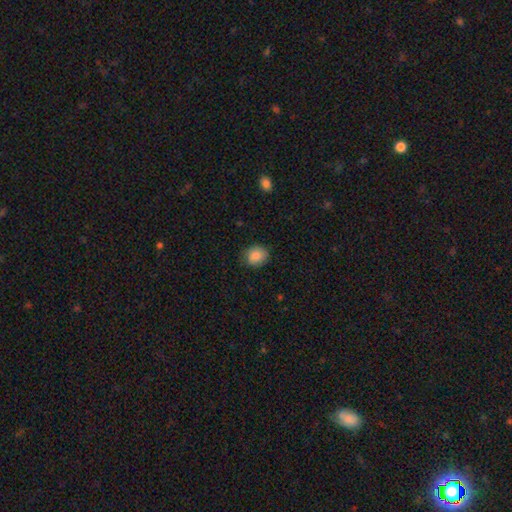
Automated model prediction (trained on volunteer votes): smooth-or-featured: smooth: 87% | star or artifact: 8% | featured or disk: 5%
  how-rounded: round: 69% | in between: 31% | cigar-shaped: 1%
  merging: none: 80% | minor disturbance: 16% | major disturbance: 3% | merger: 1%